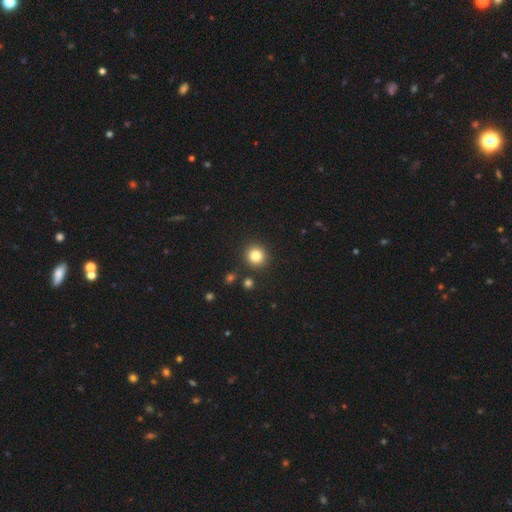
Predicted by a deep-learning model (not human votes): smooth_or_featured: smooth (p=0.82) [alt: star or artifact p=0.12]
how_rounded: round (p=0.93) [alt: in between p=0.06]
merging: none (p=0.89) [alt: minor disturbance p=0.05]